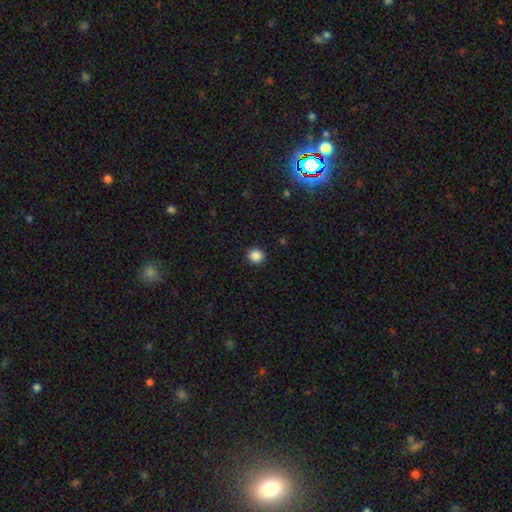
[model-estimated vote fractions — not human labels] smooth-or-featured: smooth: 87% | star or artifact: 10% | featured or disk: 3%
  how-rounded: round: 85% | in between: 14% | cigar-shaped: 1%
  merging: none: 92% | minor disturbance: 5% | major disturbance: 2% | merger: 1%